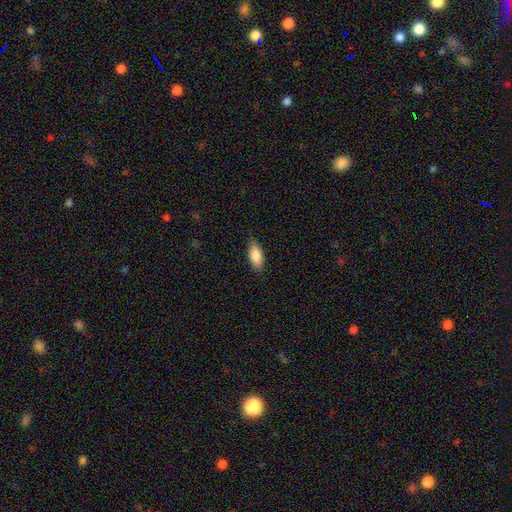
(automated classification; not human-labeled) A smooth galaxy with no disk features (83%) that is in between round and cigar-shaped (87%).

Vote fractions:
- Smooth or featured? smooth: 83% / featured or disk: 11% / star or artifact: 6%
- How rounded? in between: 87% / cigar-shaped: 11% / round: 2%
- Merging? none: 82% / minor disturbance: 14% / major disturbance: 2% / merger: 1%